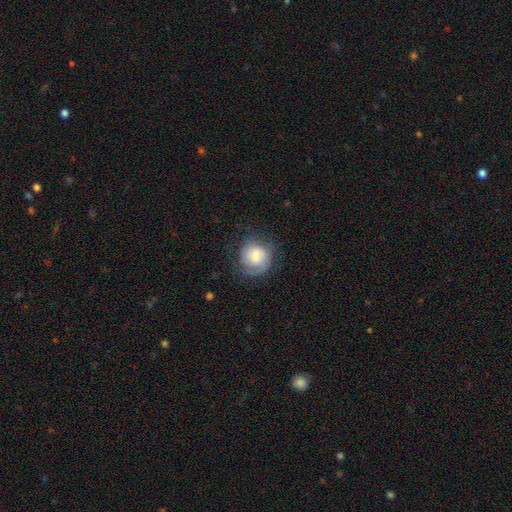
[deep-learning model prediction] A smooth galaxy with no disk features (53%) that is round (85%).

Vote fractions:
- Smooth or featured? smooth: 53% / featured or disk: 40% / star or artifact: 8%
- How rounded? round: 85% / in between: 14% / cigar-shaped: 1%
- Merging? none: 65% / minor disturbance: 21% / major disturbance: 13% / merger: 1%